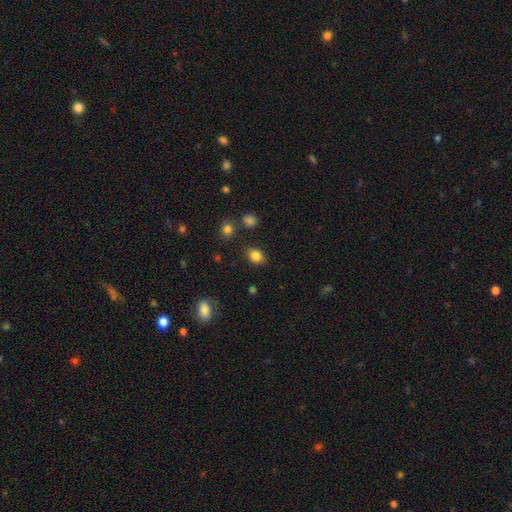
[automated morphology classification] smooth 83%, star or artifact 11%, featured or disk 6%. Down the decision tree: how rounded — in between (50%); merging — none (83%).